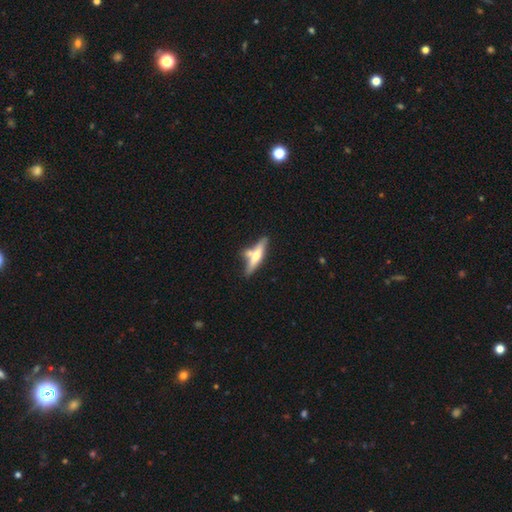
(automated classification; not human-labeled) smooth_or_featured: featured or disk (p=0.53) [alt: smooth p=0.41]
disk_edge_on: yes (p=0.91) [alt: no p=0.09]
merging: none (p=0.56) [alt: merger p=0.25]